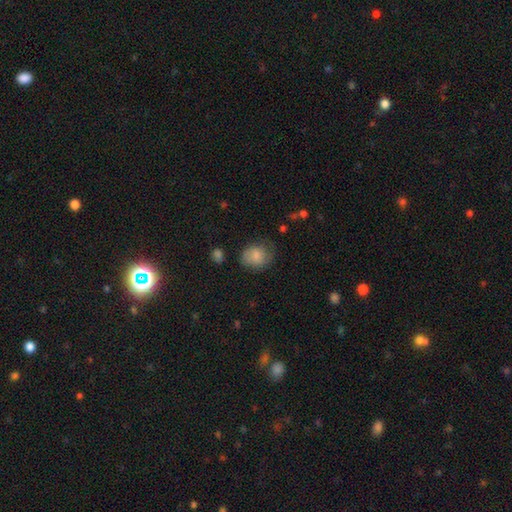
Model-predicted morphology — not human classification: smooth 77%, featured or disk 15%, star or artifact 8%. Down the decision tree: how rounded — round (64%); merging — none (61%).